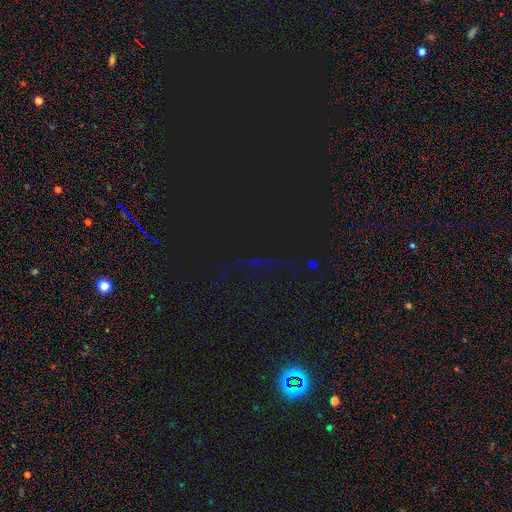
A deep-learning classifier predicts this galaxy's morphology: A star or artifact, not a galaxy (85%).